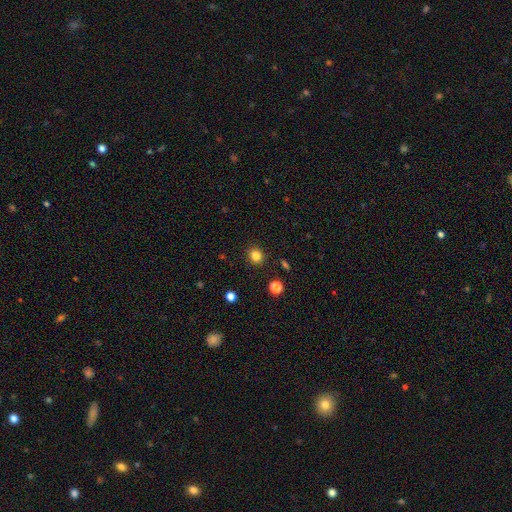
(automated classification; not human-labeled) A smooth galaxy with no disk features (83%) that is round (86%).

Vote fractions:
- Smooth or featured? smooth: 83% / star or artifact: 13% / featured or disk: 4%
- How rounded? round: 86% / in between: 13% / cigar-shaped: 1%
- Merging? none: 90% / minor disturbance: 6% / major disturbance: 2% / merger: 1%